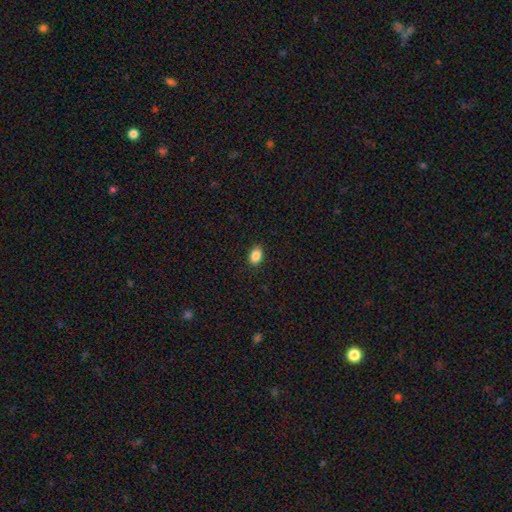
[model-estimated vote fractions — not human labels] Smooth or featured: smooth — 87% (star or artifact — 9%)
How rounded: in between — 82% (round — 17%)
Merging: none — 89% (minor disturbance — 8%)